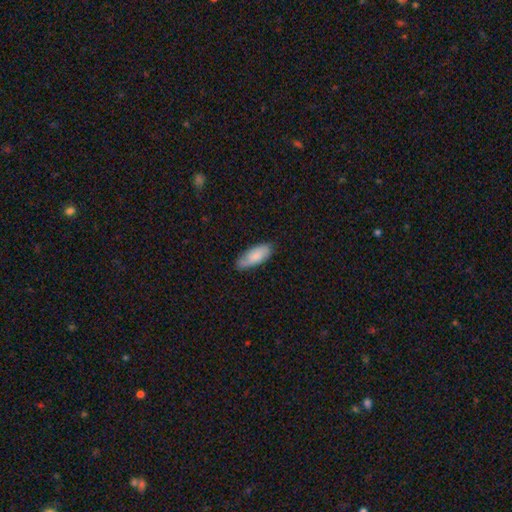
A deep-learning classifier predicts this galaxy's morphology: smooth_or_featured: smooth (p=0.75) [alt: featured or disk p=0.19]
how_rounded: in between (p=0.80) [alt: cigar-shaped p=0.18]
merging: none (p=0.75) [alt: minor disturbance p=0.20]